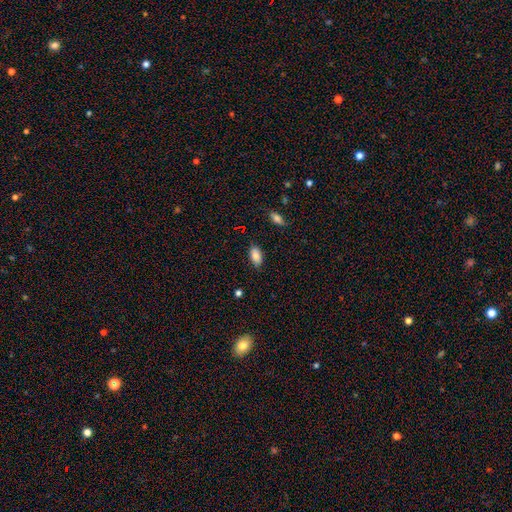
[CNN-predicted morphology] Smooth or featured?
  - smooth: 84% *
  - featured or disk: 8%
  - star or artifact: 8%
How rounded?
  - in between: 92% *
  - round: 4%
  - cigar-shaped: 4%
Merging?
  - none: 84% *
  - minor disturbance: 12%
  - major disturbance: 2%
  - merger: 1%